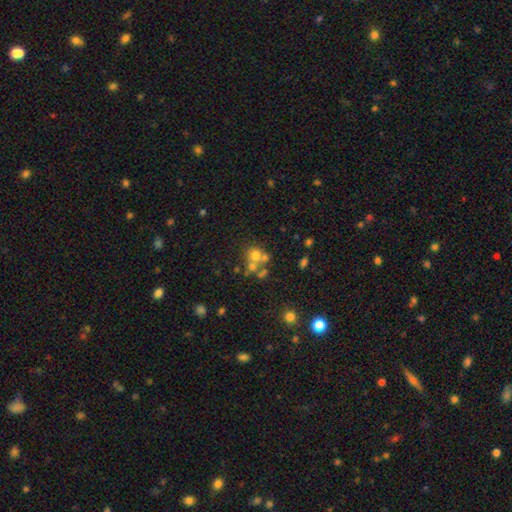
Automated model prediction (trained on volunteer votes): smooth_or_featured: smooth (p=0.60) [alt: featured or disk p=0.22]
how_rounded: round (p=0.82) [alt: in between p=0.17]
merging: none (p=0.43) [alt: merger p=0.42]